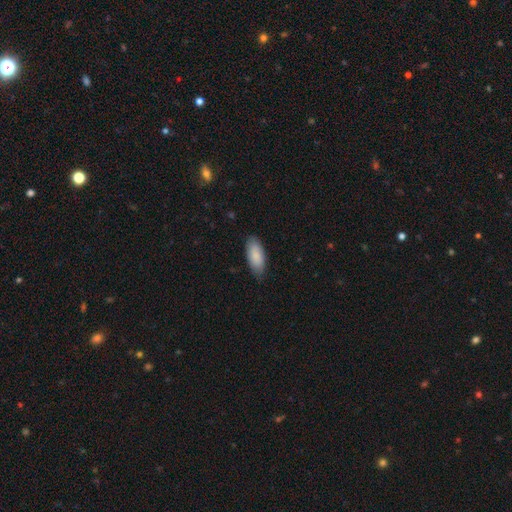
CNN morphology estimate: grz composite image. It shows a smooth galaxy with no disk features (87%) that is in between round and cigar-shaped (86%). Merging: none (81%).